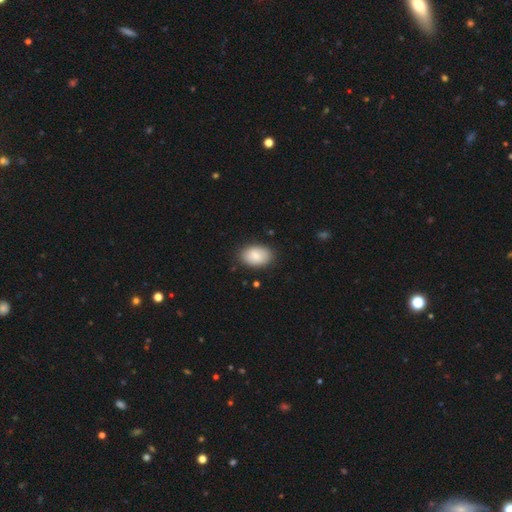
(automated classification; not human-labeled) A smooth galaxy with no disk features (84%) that is in between round and cigar-shaped (90%). Merging: none (84%).